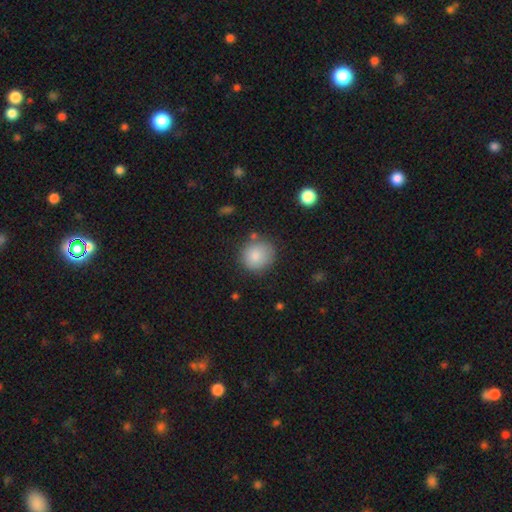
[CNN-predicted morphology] Smooth or featured: smooth — 85% (star or artifact — 8%)
How rounded: round — 90% (in between — 9%)
Merging: none — 76% (minor disturbance — 15%)